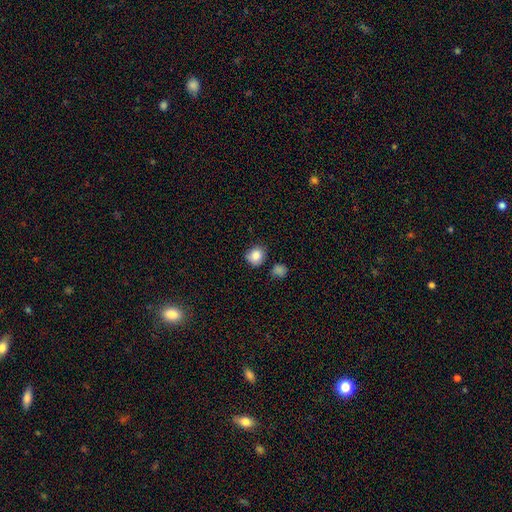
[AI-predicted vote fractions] A smooth galaxy with no disk features (85%) that is round (81%).

Vote fractions:
- Smooth or featured? smooth: 85% / star or artifact: 9% / featured or disk: 6%
- How rounded? round: 81% / in between: 18% / cigar-shaped: 1%
- Merging? none: 73% / minor disturbance: 17% / merger: 5% / major disturbance: 4%